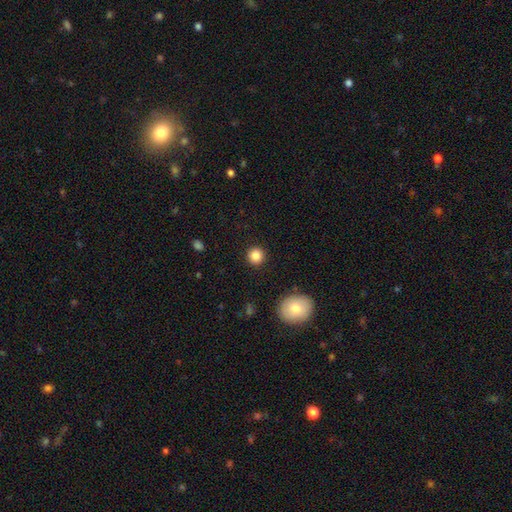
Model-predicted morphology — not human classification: smooth_or_featured: smooth (p=0.85) [alt: star or artifact p=0.11]
how_rounded: round (p=0.93) [alt: in between p=0.06]
merging: none (p=0.91) [alt: minor disturbance p=0.05]